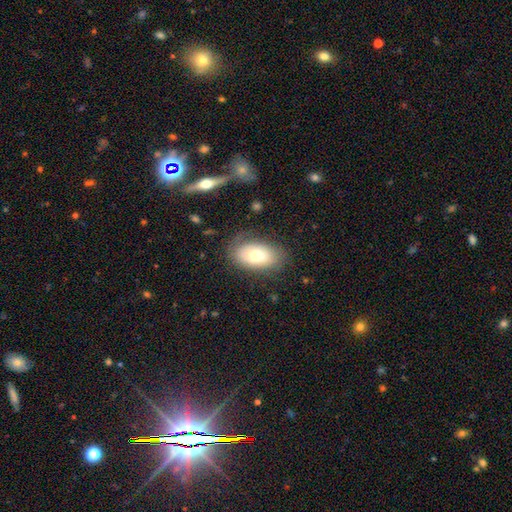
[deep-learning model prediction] The model was most divided on "smooth or featured": smooth: 66%, featured or disk: 25%, star or artifact: 8%. More confident: how rounded — in between (90%); merging — none (77%).